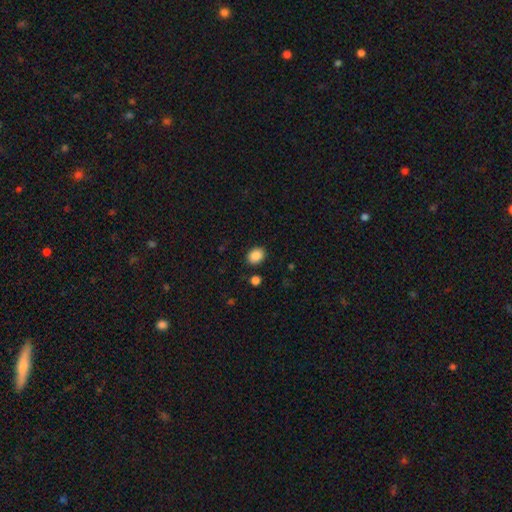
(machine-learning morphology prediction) A smooth galaxy with no disk features (89%) that is in between round and cigar-shaped (59%).

Vote fractions:
- Smooth or featured? smooth: 89% / star or artifact: 8% / featured or disk: 3%
- How rounded? in between: 59% / round: 40% / cigar-shaped: 1%
- Merging? none: 86% / minor disturbance: 8% / major disturbance: 3% / merger: 3%